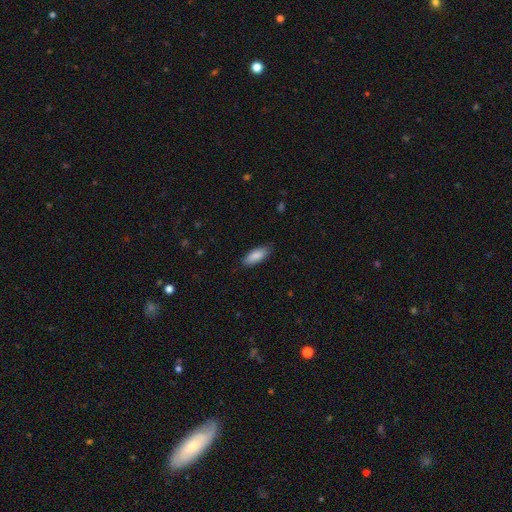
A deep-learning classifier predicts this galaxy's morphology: A smooth galaxy with no disk features (87%) that is in between round and cigar-shaped (75%).

Vote fractions:
- Smooth or featured? smooth: 87% / featured or disk: 7% / star or artifact: 6%
- How rounded? in between: 75% / cigar-shaped: 23% / round: 2%
- Merging? none: 83% / minor disturbance: 14% / major disturbance: 2% / merger: 1%